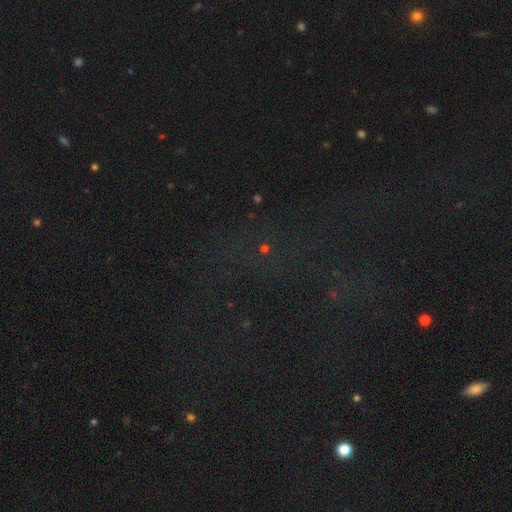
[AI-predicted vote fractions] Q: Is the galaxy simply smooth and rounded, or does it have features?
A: star or artifact — 73%.